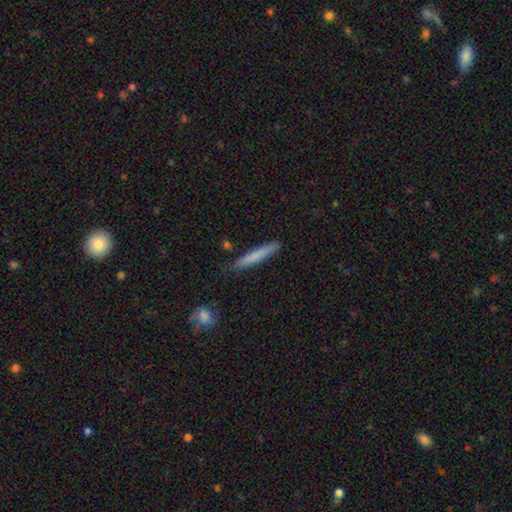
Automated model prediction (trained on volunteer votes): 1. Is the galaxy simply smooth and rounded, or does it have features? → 74% smooth, 21% featured or disk, 6% star or artifact.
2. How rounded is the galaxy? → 96% cigar-shaped, 3% in between, 1% round.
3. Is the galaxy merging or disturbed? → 83% none, 13% minor disturbance, 2% major disturbance, 2% merger.